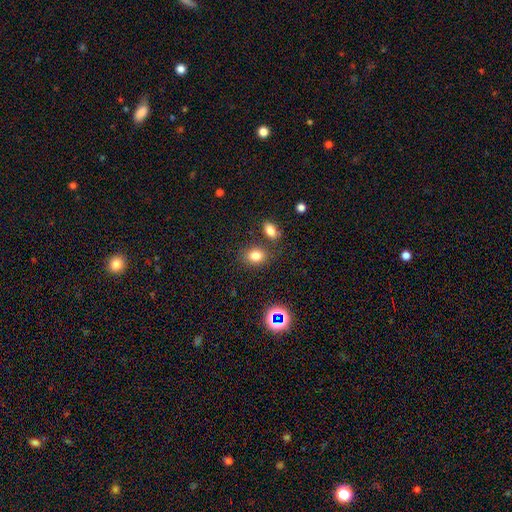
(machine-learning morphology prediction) Smooth or featured: smooth — 79% (star or artifact — 13%)
How rounded: in between — 63% (round — 35%)
Merging: none — 74% (minor disturbance — 11%)